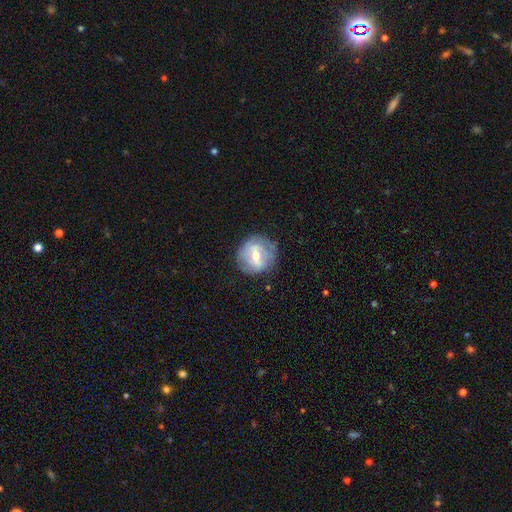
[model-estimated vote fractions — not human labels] Smooth or featured: featured or disk — 58% (smooth — 34%)
Edge-on disk: no — 93% (yes — 7%)
Bar: weak — 44% (strong — 38%)
Spiral arms: no — 58% (yes — 42%)
Bulge size: moderate — 63% (small — 31%)
Merging: none — 77% (minor disturbance — 16%)